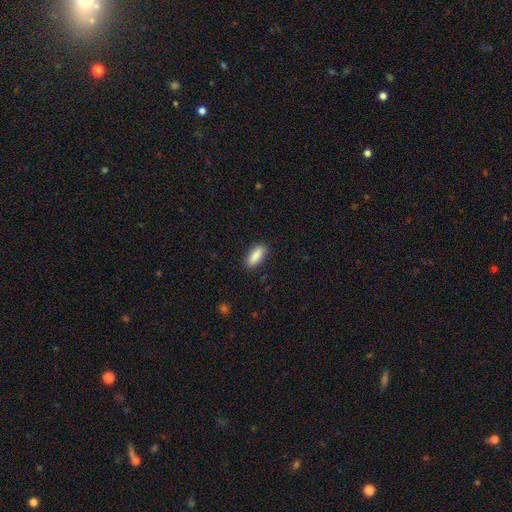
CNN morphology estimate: A smooth galaxy with no disk features (88%) that is in between round and cigar-shaped (76%). Merging: none (86%).